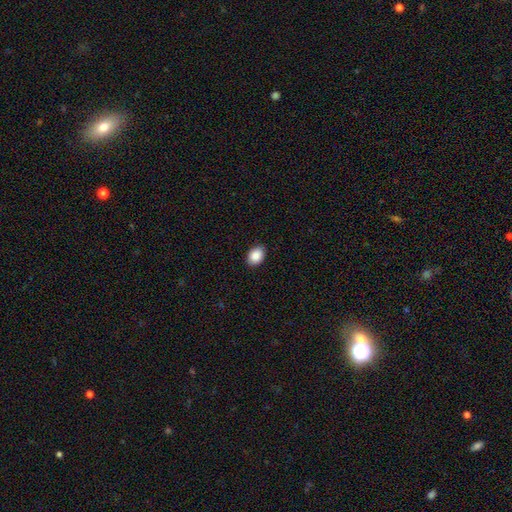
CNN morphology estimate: A smooth galaxy with no disk features (89%) that is in between round and cigar-shaped (79%).

Vote fractions:
- Smooth or featured? smooth: 89% / star or artifact: 7% / featured or disk: 4%
- How rounded? in between: 79% / round: 20% / cigar-shaped: 1%
- Merging? none: 89% / minor disturbance: 8% / major disturbance: 2% / merger: 1%